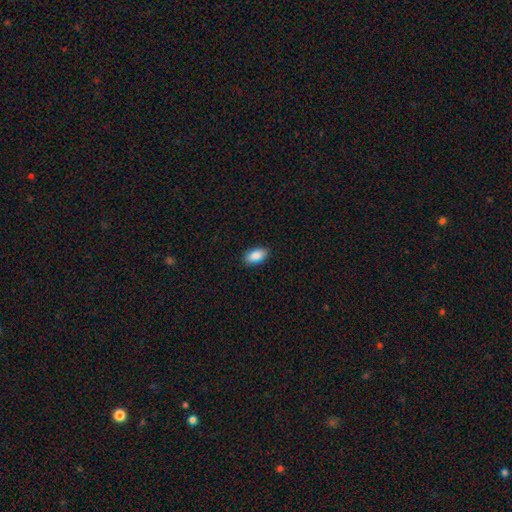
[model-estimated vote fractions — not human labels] Morphology: type=smooth (89%); roundness=in between (93%); merging=none (89%).